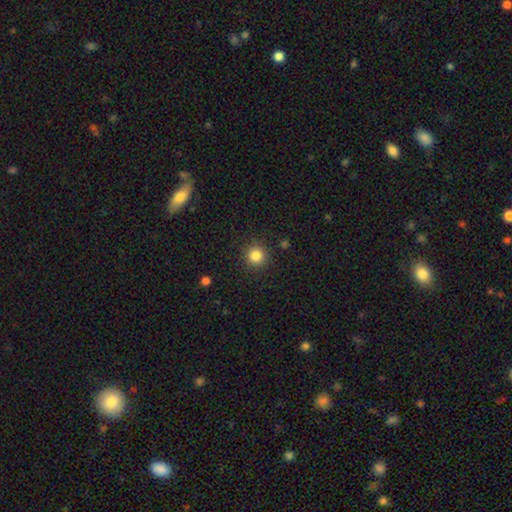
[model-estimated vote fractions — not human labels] smooth_or_featured: smooth (p=0.84) [alt: star or artifact p=0.12]
how_rounded: round (p=0.95) [alt: in between p=0.05]
merging: none (p=0.90) [alt: minor disturbance p=0.06]